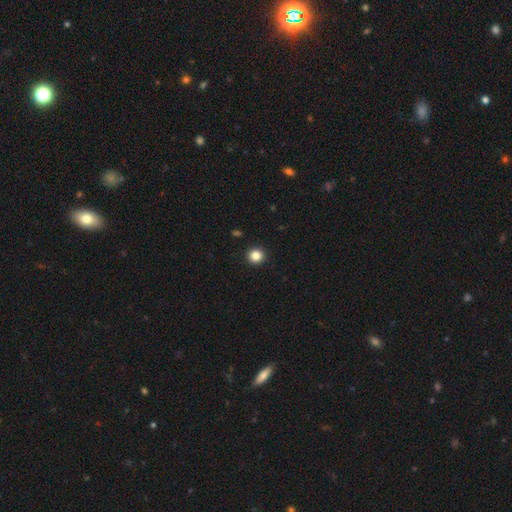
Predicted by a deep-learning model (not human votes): This is clearly a smooth galaxy (85%). How rounded: clearly round (94%). Merging: clearly none (93%).